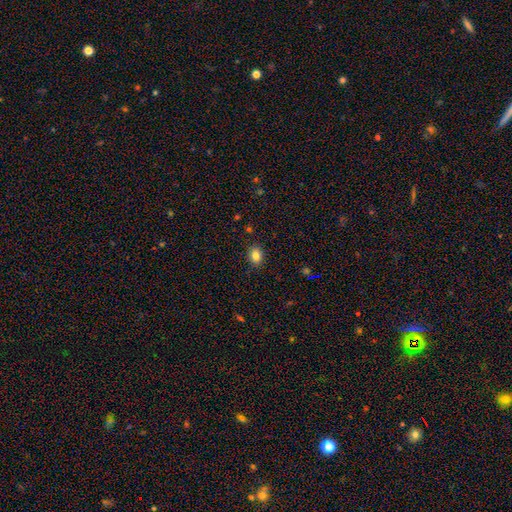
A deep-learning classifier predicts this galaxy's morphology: Smooth or featured: smooth — 84% (star or artifact — 10%)
How rounded: in between — 59% (round — 40%)
Merging: none — 88% (minor disturbance — 8%)